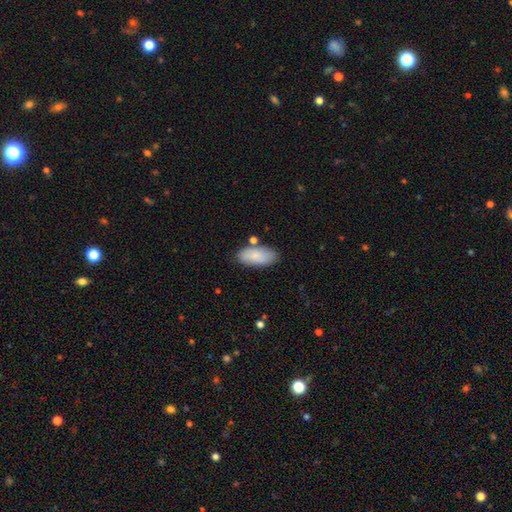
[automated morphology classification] A smooth galaxy with no disk features (82%) that is in between round and cigar-shaped (91%). Merging: none (74%).